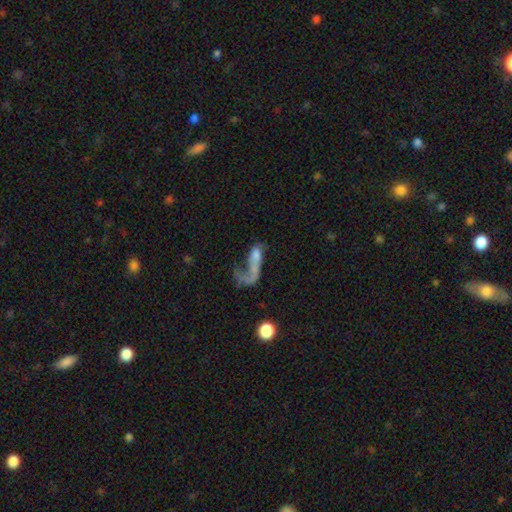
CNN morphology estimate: A featured or disk galaxy (51%).

Vote fractions:
- Smooth or featured? featured or disk: 51% / smooth: 38% / star or artifact: 10%
- Edge-on disk? no: 91% / yes: 9%
- Merging? major disturbance: 56% / none: 19% / merger: 15% / minor disturbance: 11%